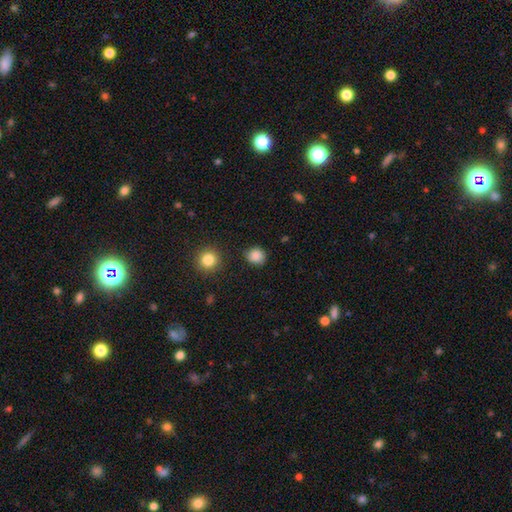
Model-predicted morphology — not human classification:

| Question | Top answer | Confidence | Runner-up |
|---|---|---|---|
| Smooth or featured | smooth | 86% | star or artifact (10%) |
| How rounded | round | 80% | in between (19%) |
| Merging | none | 81% | minor disturbance (14%) |